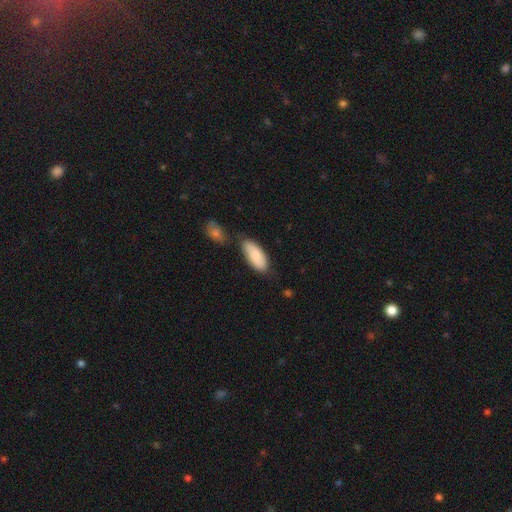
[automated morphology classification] Smooth or featured: smooth — 82% (featured or disk — 12%)
How rounded: in between — 84% (cigar-shaped — 14%)
Merging: none — 61% (minor disturbance — 19%)